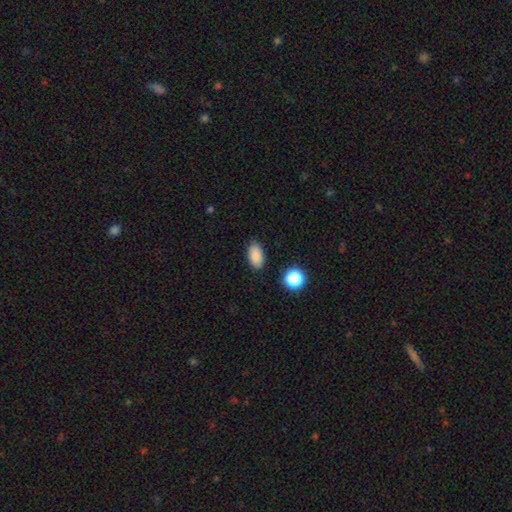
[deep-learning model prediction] Smooth or featured?
  - smooth: 87% *
  - star or artifact: 9%
  - featured or disk: 4%
How rounded?
  - in between: 92% *
  - round: 5%
  - cigar-shaped: 3%
Merging?
  - none: 86% *
  - minor disturbance: 10%
  - major disturbance: 2%
  - merger: 2%